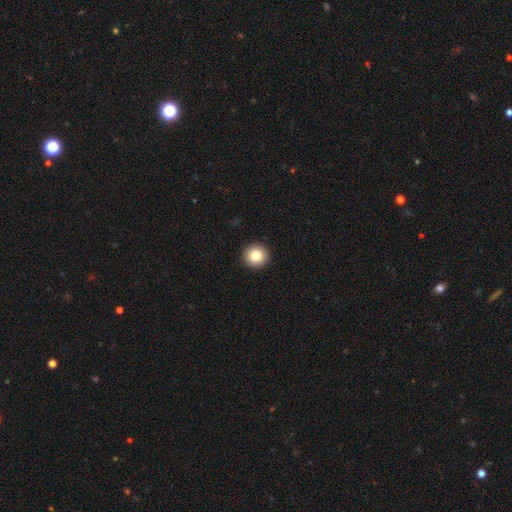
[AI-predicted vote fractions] A smooth galaxy with no disk features (84%) that is round (94%). Merging: none (93%).